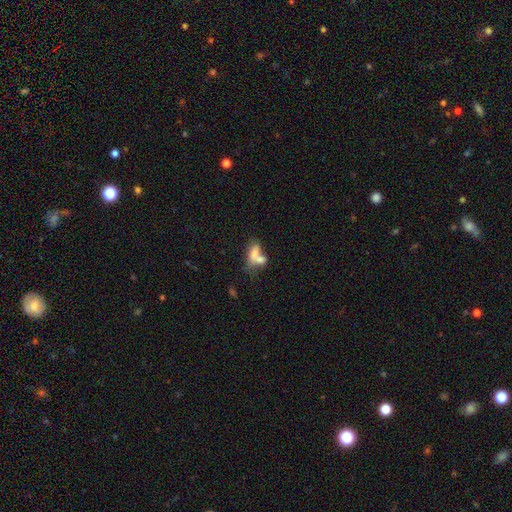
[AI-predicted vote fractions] A smooth galaxy with no disk features (68%) that is in between round and cigar-shaped (80%). Merging: merger (60%).